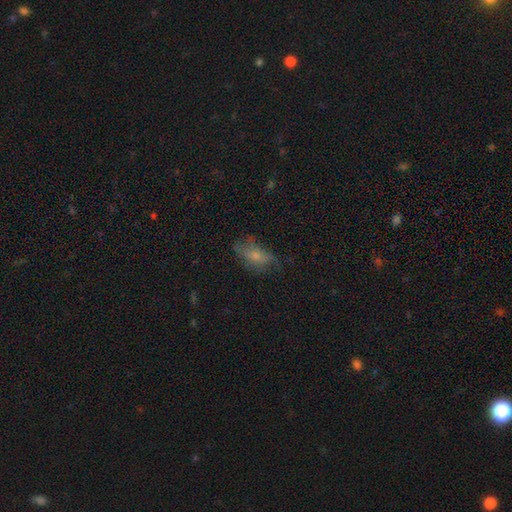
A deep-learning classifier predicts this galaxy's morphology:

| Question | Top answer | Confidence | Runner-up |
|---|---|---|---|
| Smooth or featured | smooth | 58% | featured or disk (29%) |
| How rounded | in between | 83% | cigar-shaped (9%) |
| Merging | none | 49% | minor disturbance (28%) |